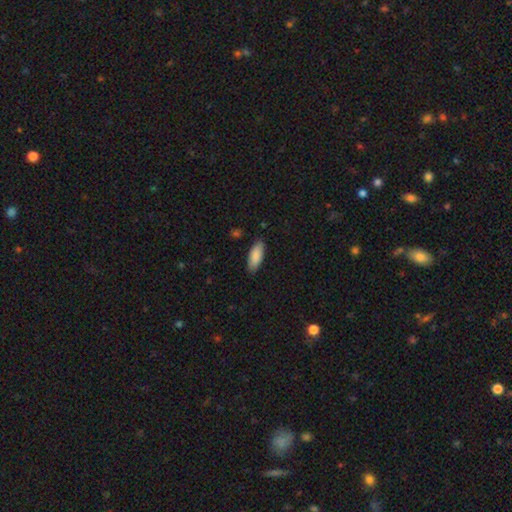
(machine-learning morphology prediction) Smooth or featured: smooth — 88% (featured or disk — 7%)
How rounded: in between — 76% (cigar-shaped — 22%)
Merging: none — 85% (minor disturbance — 12%)